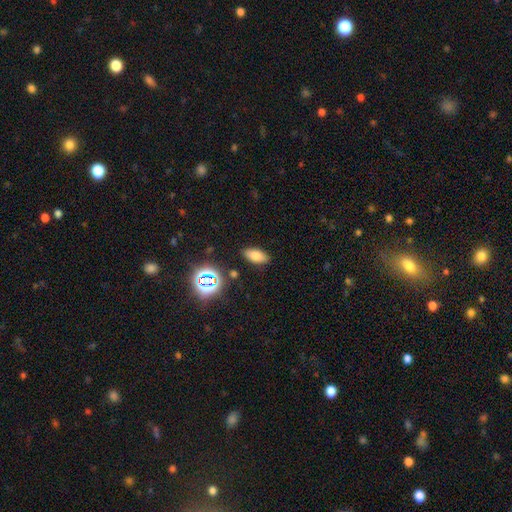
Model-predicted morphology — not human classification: This appears to be a smooth galaxy with no disk features (75%) that is in between round and cigar-shaped (88%). Merging: none (87%).